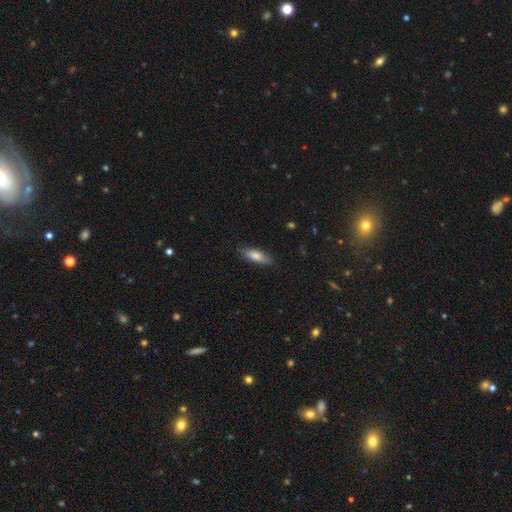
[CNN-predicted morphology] Smooth or featured? Predicted: smooth (p=0.72). How rounded? Predicted: in between (p=0.57). Merging? Predicted: none (p=0.85).